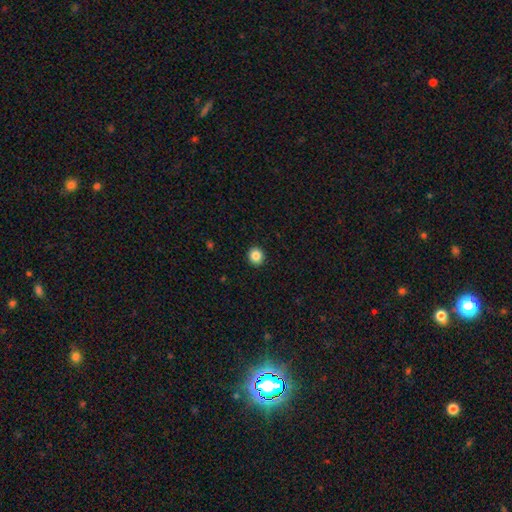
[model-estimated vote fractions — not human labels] smooth_or_featured: smooth (p=0.86) [alt: star or artifact p=0.10]
how_rounded: round (p=0.90) [alt: in between p=0.09]
merging: none (p=0.93) [alt: minor disturbance p=0.05]